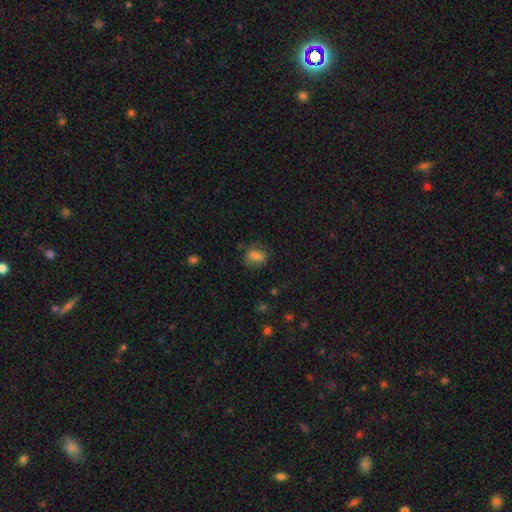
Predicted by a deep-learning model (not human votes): The model was most divided on "how rounded": in between: 63%, round: 35%, cigar-shaped: 2%. More confident: smooth or featured — smooth (78%); merging — none (73%).